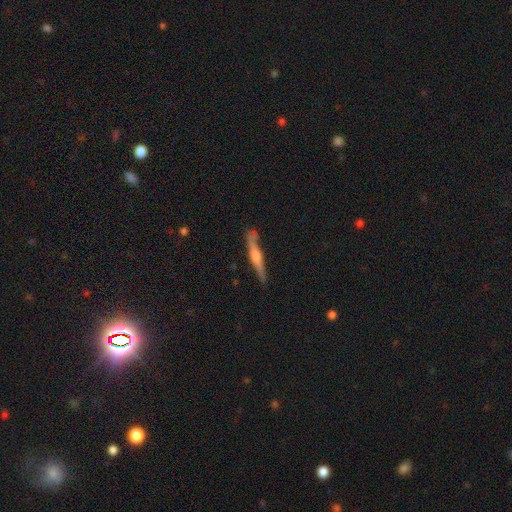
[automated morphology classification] A featured or disk galaxy (67%) viewed edge-on (95%) with a rounded central bulge (69%).

Vote fractions:
- Smooth or featured? featured or disk: 67% / smooth: 26% / star or artifact: 7%
- Edge-on disk? yes: 95% / no: 5%
- Edge-on bulge? rounded: 69% / boxy: 17% / none: 14%
- Merging? none: 81% / minor disturbance: 14% / major disturbance: 3% / merger: 2%